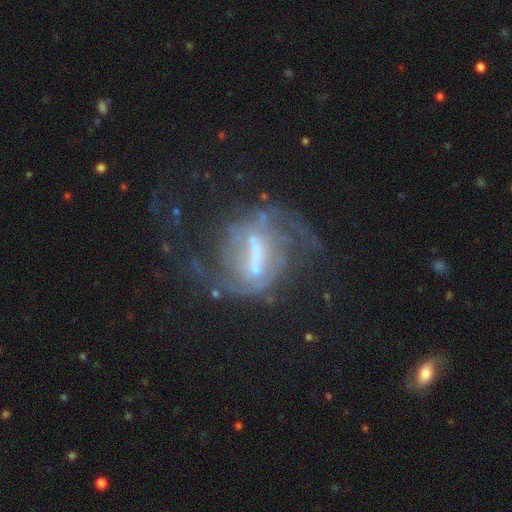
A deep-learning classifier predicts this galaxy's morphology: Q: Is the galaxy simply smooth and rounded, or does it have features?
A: featured or disk — 80%.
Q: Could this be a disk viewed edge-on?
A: no — 95%.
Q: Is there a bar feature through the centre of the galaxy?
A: strong — 55%.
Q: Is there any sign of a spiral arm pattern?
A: yes — 82%.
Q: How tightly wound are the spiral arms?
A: loose — 43%.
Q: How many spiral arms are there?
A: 2 — 69%.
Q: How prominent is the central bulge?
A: small — 35%.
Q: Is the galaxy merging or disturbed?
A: none — 47%.